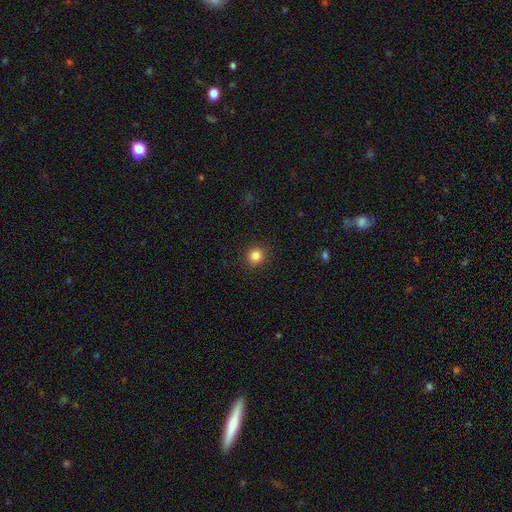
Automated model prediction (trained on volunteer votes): Overall: smooth (85%). How rounded: round (87%). Merging: none (91%).